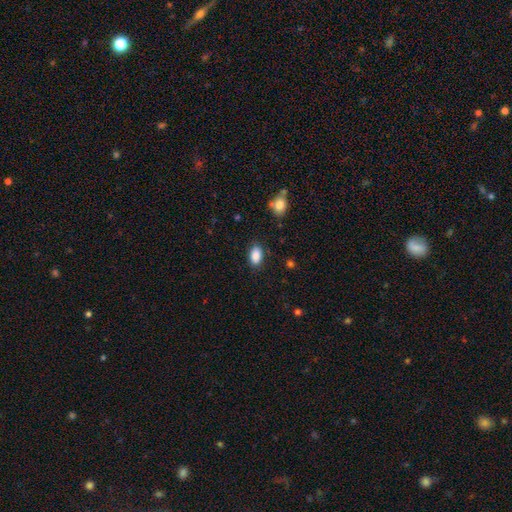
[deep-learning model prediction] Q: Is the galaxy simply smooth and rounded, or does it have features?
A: smooth — 88%.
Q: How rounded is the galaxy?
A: in between — 90%.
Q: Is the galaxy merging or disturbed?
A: none — 84%.